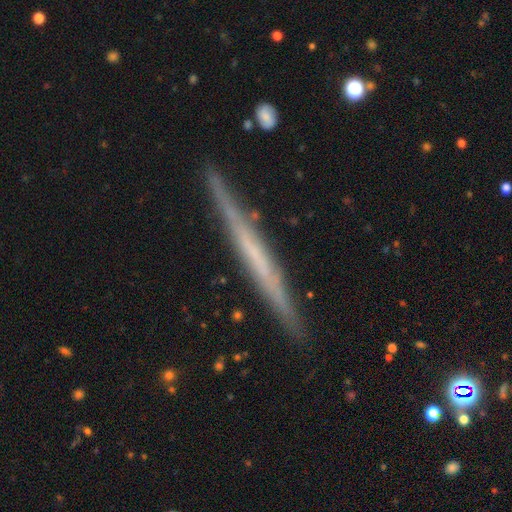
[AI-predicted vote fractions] Smooth or featured? Predicted: featured or disk (p=0.65). Edge-on disk? Predicted: yes (p=0.97). Edge-on bulge? Predicted: none (p=0.87). Merging? Predicted: none (p=0.89).